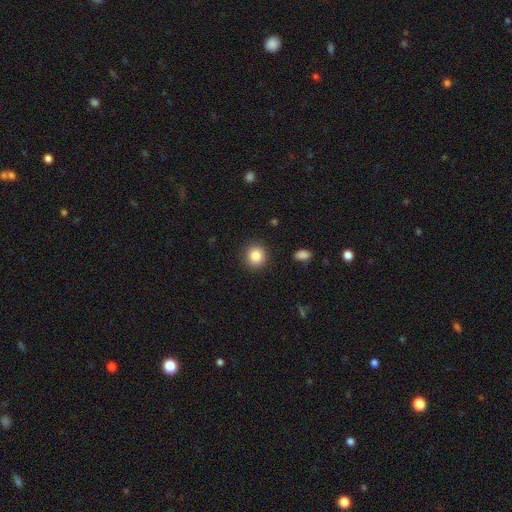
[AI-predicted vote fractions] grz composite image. It shows a smooth galaxy with no disk features (86%) that is round (88%). Merging: none (90%).